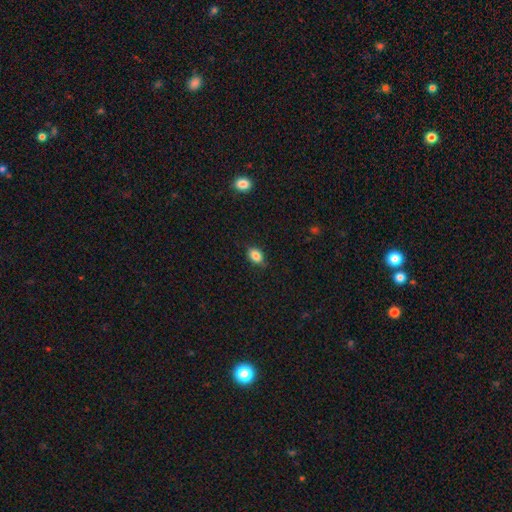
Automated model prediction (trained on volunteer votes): Smooth or featured? Predicted: smooth (p=0.86). How rounded? Predicted: in between (p=0.80). Merging? Predicted: none (p=0.80).